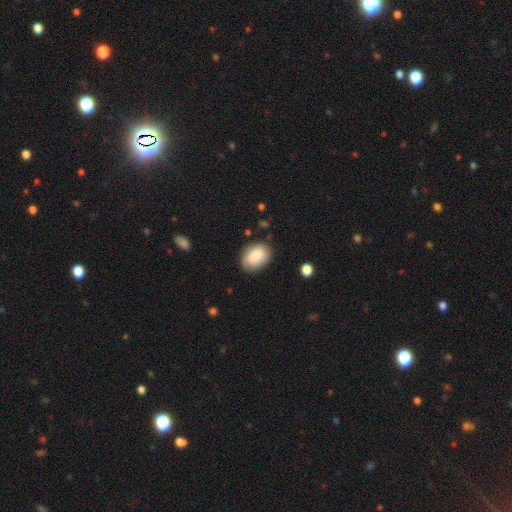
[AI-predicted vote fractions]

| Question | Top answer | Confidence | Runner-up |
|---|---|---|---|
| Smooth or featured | smooth | 87% | featured or disk (7%) |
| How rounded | in between | 83% | round (16%) |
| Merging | none | 80% | minor disturbance (15%) |